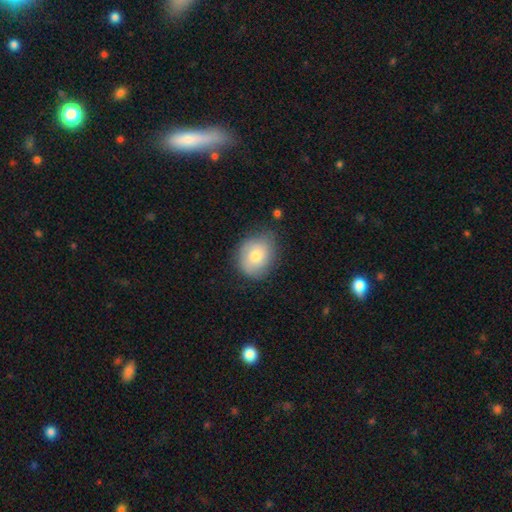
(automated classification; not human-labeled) Morphology: type=smooth (73%); roundness=round (60%); merging=none (68%).